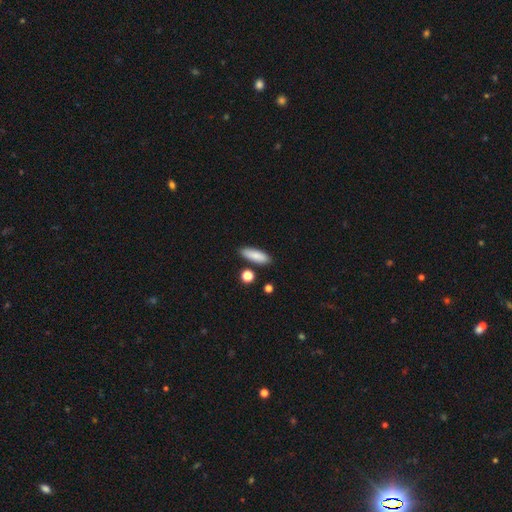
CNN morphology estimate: Overall: smooth (84%). How rounded: in between (56%; cigar-shaped 41%). Merging: none (83%).